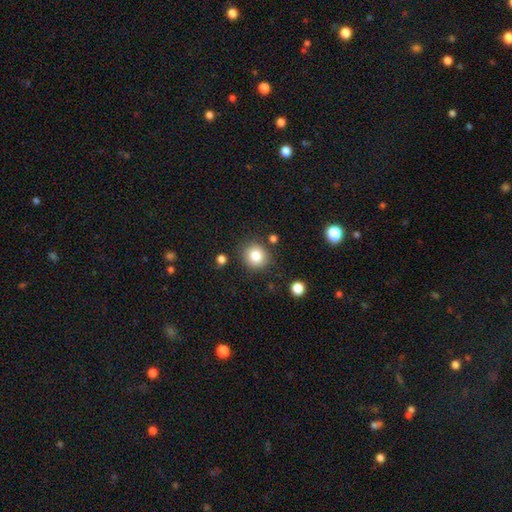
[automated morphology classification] smooth 83%, star or artifact 11%, featured or disk 7%. Down the decision tree: how rounded — round (90%); merging — none (85%).